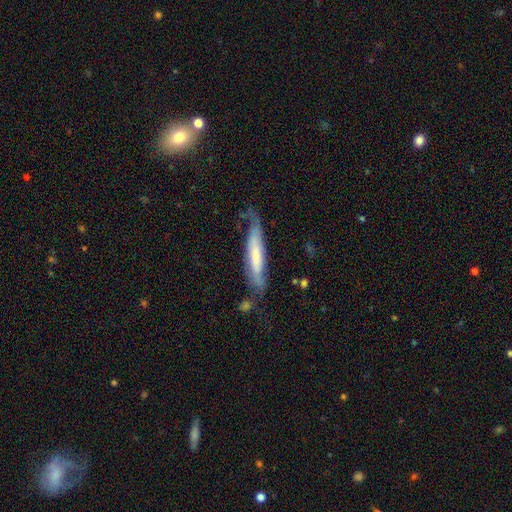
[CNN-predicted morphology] smooth-or-featured: featured or disk: 50% | smooth: 44% | star or artifact: 6%
  merging: none: 49% | minor disturbance: 29% | major disturbance: 17% | merger: 4%